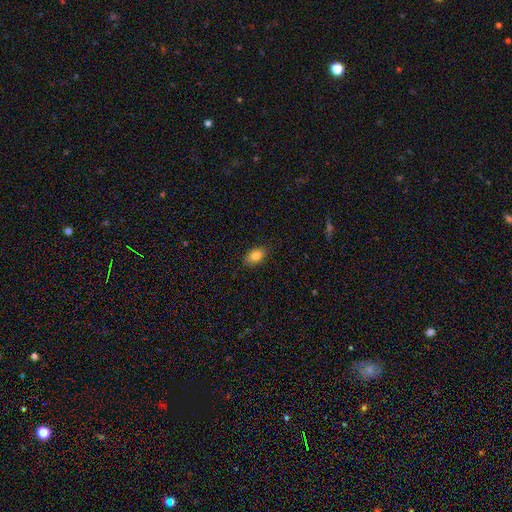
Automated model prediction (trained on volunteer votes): Smooth or featured?
  - smooth: 83% *
  - featured or disk: 9%
  - star or artifact: 8%
How rounded?
  - in between: 87% *
  - round: 12%
  - cigar-shaped: 2%
Merging?
  - none: 87% *
  - minor disturbance: 10%
  - major disturbance: 2%
  - merger: 1%